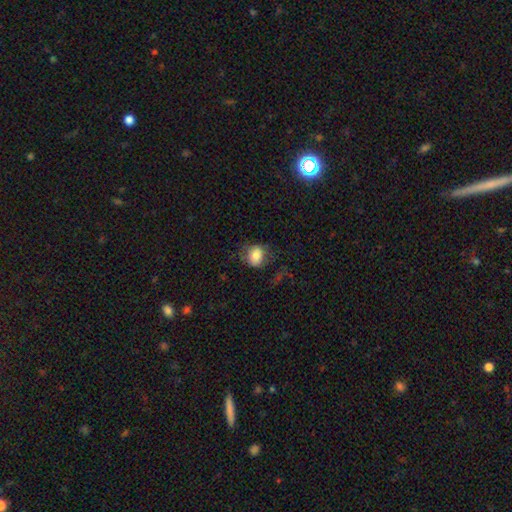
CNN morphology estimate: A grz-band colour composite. It shows a smooth galaxy with no disk features (76%) that is round (61%). Merging: none (59%).